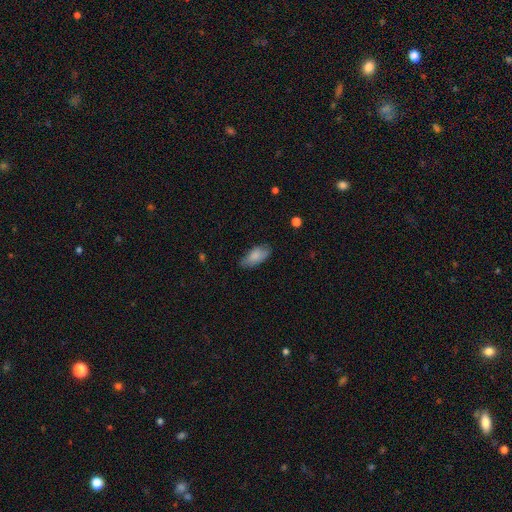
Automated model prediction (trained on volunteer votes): Smooth or featured: smooth — 84% (featured or disk — 10%)
How rounded: in between — 88% (cigar-shaped — 10%)
Merging: none — 75% (minor disturbance — 20%)